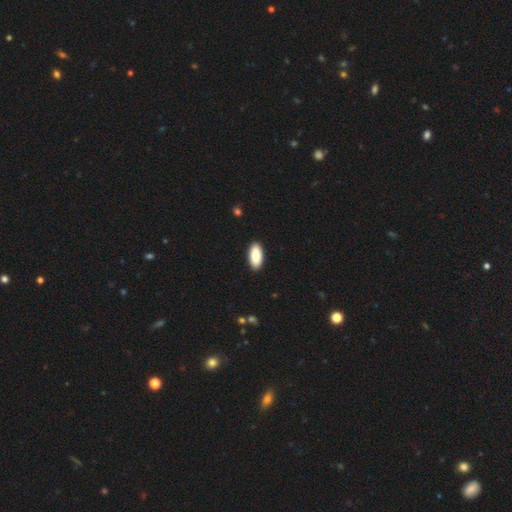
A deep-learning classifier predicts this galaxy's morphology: This is clearly a smooth galaxy (89%). How rounded: clearly in between (91%). Merging: clearly none (91%).